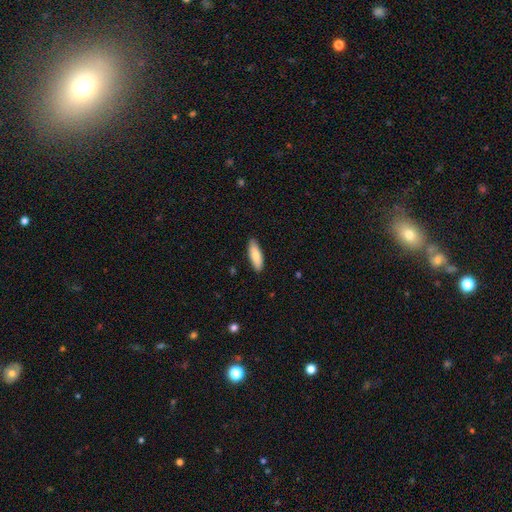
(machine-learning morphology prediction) This appears to be a smooth galaxy with no disk features (80%) that is in between round and cigar-shaped (54%). Merging: none (87%).